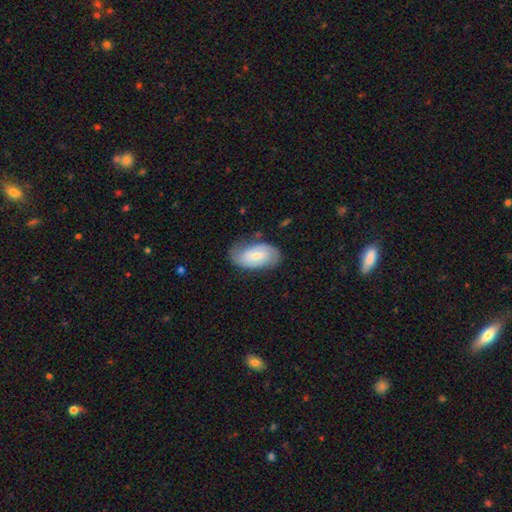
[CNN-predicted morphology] This appears to be a smooth galaxy with no disk features (47%). Merging: none (66%).